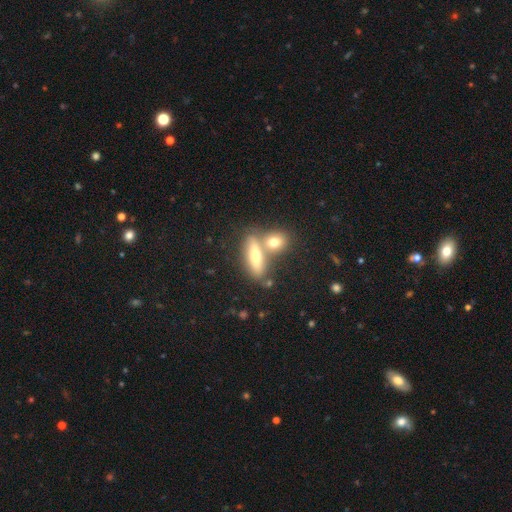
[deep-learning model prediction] A smooth galaxy with no disk features (59%) that is cigar-shaped (49%). Merging: none (51%).